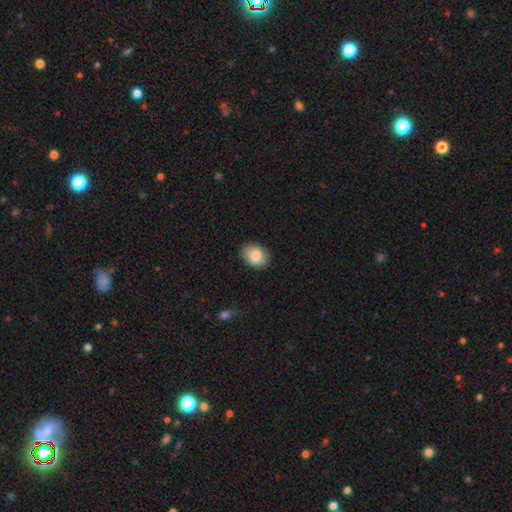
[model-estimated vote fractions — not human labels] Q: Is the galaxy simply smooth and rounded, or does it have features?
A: smooth — 83%.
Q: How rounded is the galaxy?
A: in between — 70%.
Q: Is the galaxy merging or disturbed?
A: none — 86%.